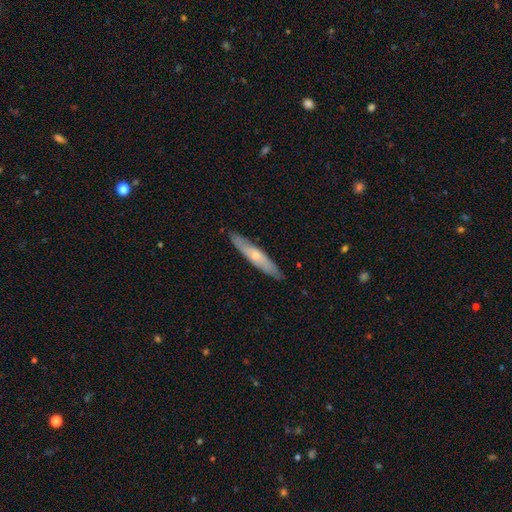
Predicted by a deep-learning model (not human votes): A smooth galaxy with no disk features (49%).

Vote fractions:
- Smooth or featured? smooth: 49% / featured or disk: 46% / star or artifact: 5%
- Merging? none: 87% / minor disturbance: 11% / major disturbance: 2% / merger: 1%